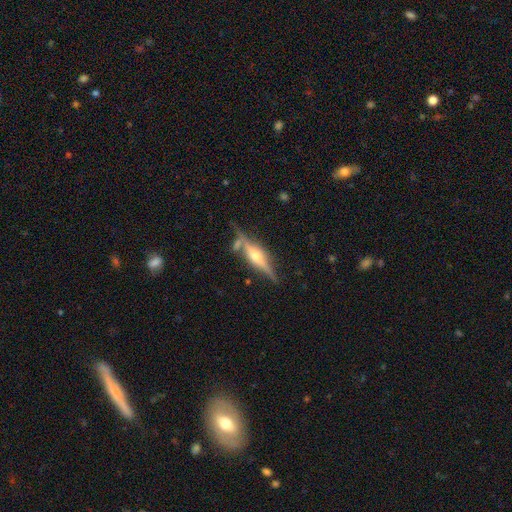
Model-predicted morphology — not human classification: featured or disk 80%, smooth 14%, star or artifact 6%. Down the decision tree: edge-on disk — yes (97%); edge-on bulge — rounded (90%); merging — none (77%).